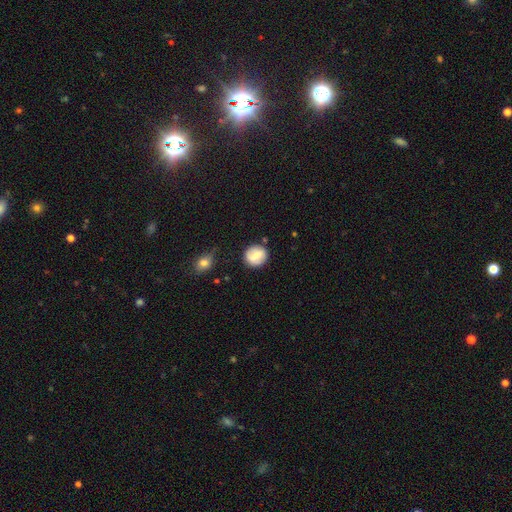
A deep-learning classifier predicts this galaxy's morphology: Smooth or featured? Predicted: smooth (p=0.63). How rounded? Predicted: round (p=0.81). Merging? Predicted: none (p=0.79).